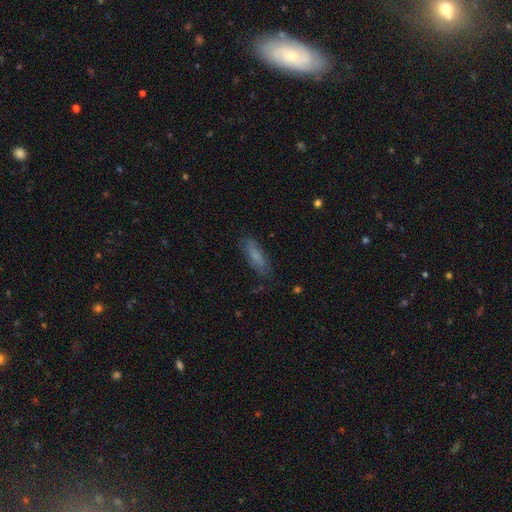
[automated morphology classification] Q: Smooth or featured?
A: smooth (75%); runner-up: featured or disk (17%)
Q: How rounded?
A: cigar-shaped (51%); runner-up: in between (47%)
Q: Merging?
A: none (78%); runner-up: minor disturbance (16%)